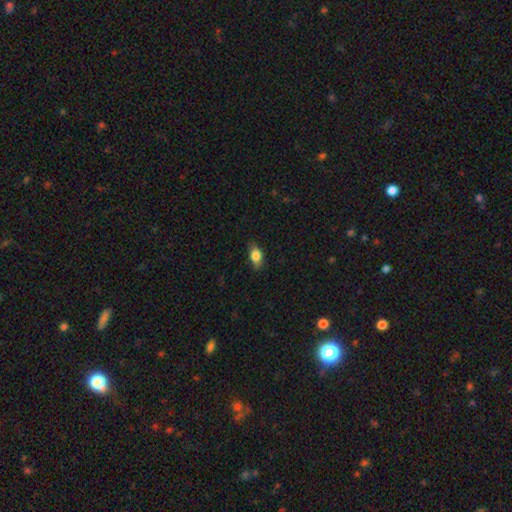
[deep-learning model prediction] This is clearly a smooth galaxy (84%). How rounded: clearly in between (85%). Merging: clearly none (81%).